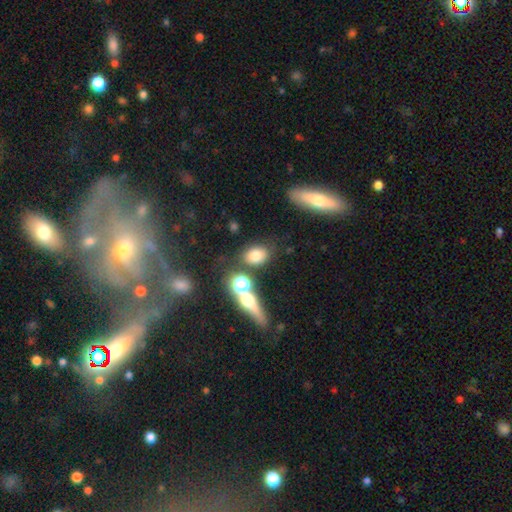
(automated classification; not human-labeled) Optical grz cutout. It shows a smooth galaxy with no disk features (72%) that is in between round and cigar-shaped (66%). Merging: none (70%).